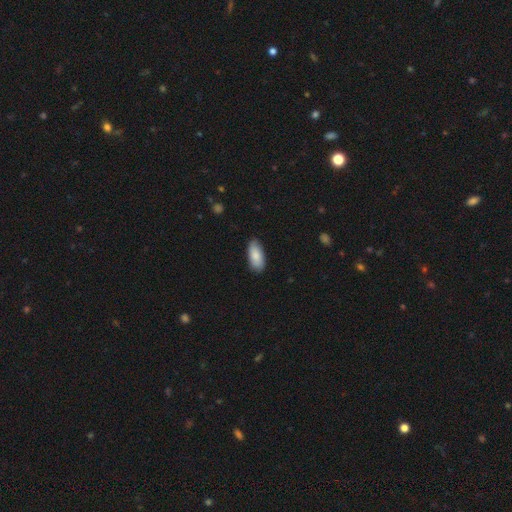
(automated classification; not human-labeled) This is clearly a smooth galaxy (86%). How rounded: clearly in between (89%). Merging: clearly none (85%).